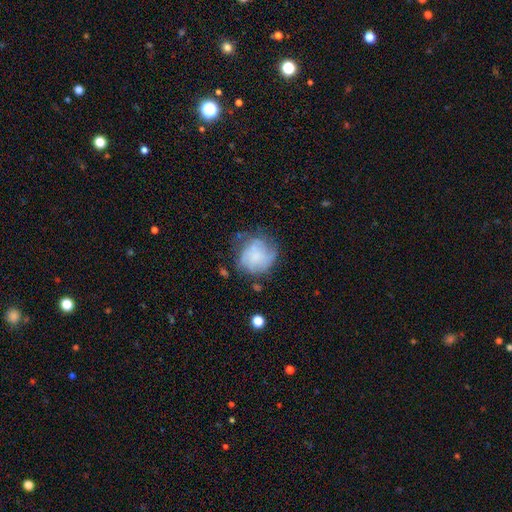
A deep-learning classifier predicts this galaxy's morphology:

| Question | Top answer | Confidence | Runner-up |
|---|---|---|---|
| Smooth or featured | featured or disk | 48% | smooth (43%) |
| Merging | none | 55% | minor disturbance (26%) |